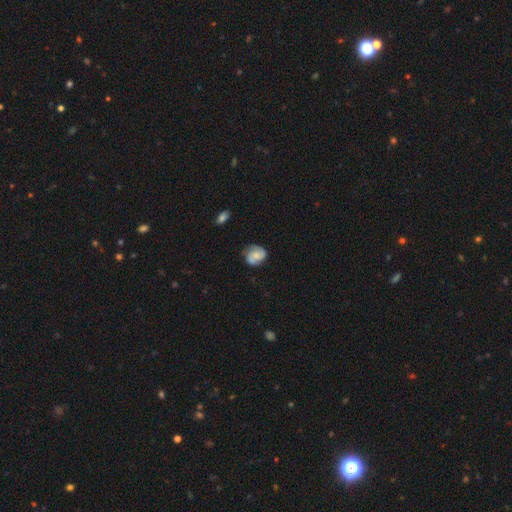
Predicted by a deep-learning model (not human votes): featured or disk 56%, smooth 36%, star or artifact 8%. Down the decision tree: edge-on disk — no (97%); bar — no (65%); spiral arms — yes (90%); bulge size — small (36%); merging — none (67%).